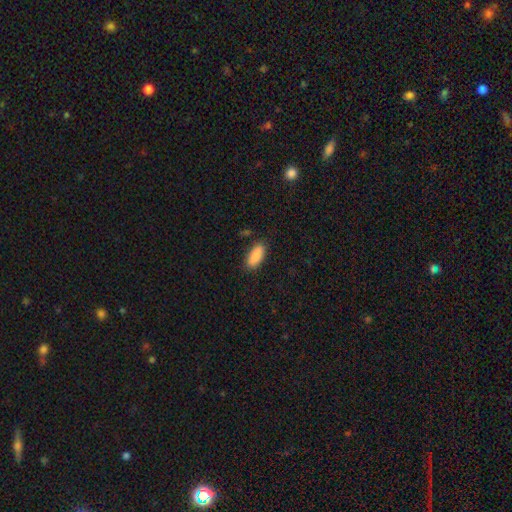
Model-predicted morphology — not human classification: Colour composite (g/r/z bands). It shows a smooth galaxy with no disk features (88%) that is in between round and cigar-shaped (83%). Merging: none (85%).